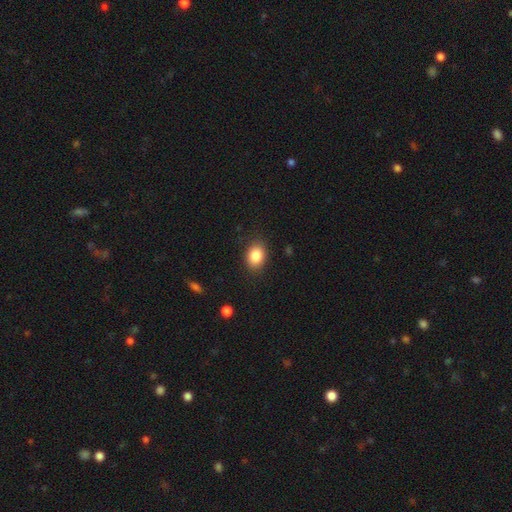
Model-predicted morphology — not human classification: smooth_or_featured: smooth (p=0.85) [alt: star or artifact p=0.09]
how_rounded: in between (p=0.68) [alt: round p=0.31]
merging: none (p=0.84) [alt: minor disturbance p=0.11]